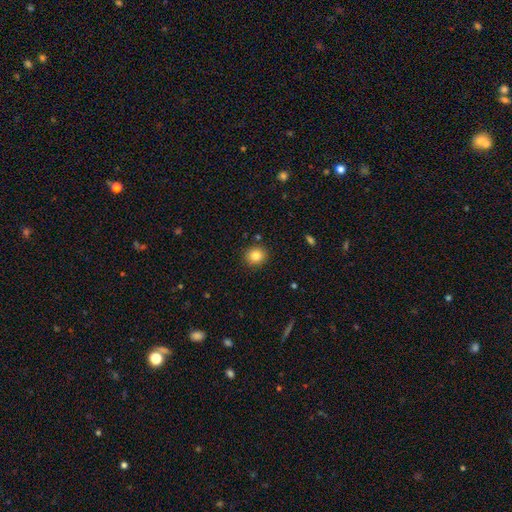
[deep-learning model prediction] Smooth or featured: smooth — 84% (star or artifact — 11%)
How rounded: round — 86% (in between — 13%)
Merging: none — 89% (minor disturbance — 7%)